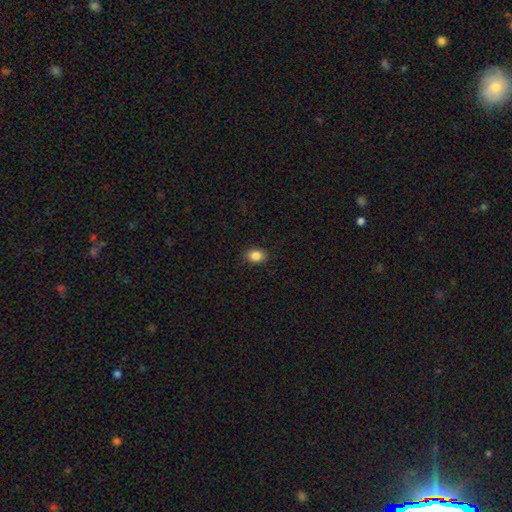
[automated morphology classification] Overall: smooth (87%). How rounded: in between (71%). Merging: none (89%).